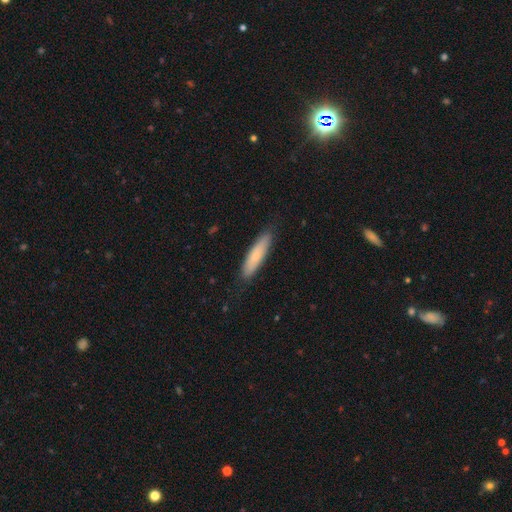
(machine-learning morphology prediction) A smooth galaxy with no disk features (73%) that is cigar-shaped (76%).

Vote fractions:
- Smooth or featured? smooth: 73% / featured or disk: 21% / star or artifact: 6%
- How rounded? cigar-shaped: 76% / in between: 22% / round: 1%
- Merging? none: 84% / minor disturbance: 13% / major disturbance: 2% / merger: 1%